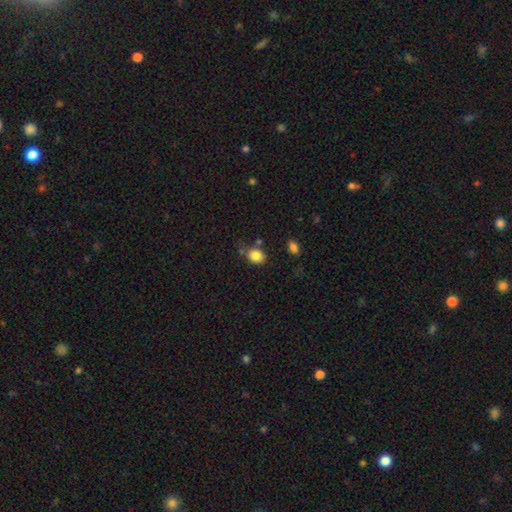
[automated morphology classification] Smooth or featured?
  - smooth: 85% *
  - star or artifact: 10%
  - featured or disk: 5%
How rounded?
  - round: 57% *
  - in between: 42%
  - cigar-shaped: 1%
Merging?
  - none: 66% *
  - minor disturbance: 19%
  - merger: 9%
  - major disturbance: 6%